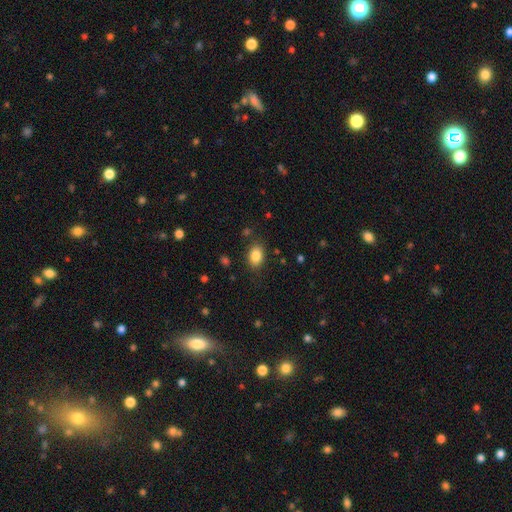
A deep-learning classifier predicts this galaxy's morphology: Q: Smooth or featured?
A: smooth (85%); runner-up: star or artifact (9%)
Q: How rounded?
A: in between (80%); runner-up: round (18%)
Q: Merging?
A: none (84%); runner-up: minor disturbance (11%)